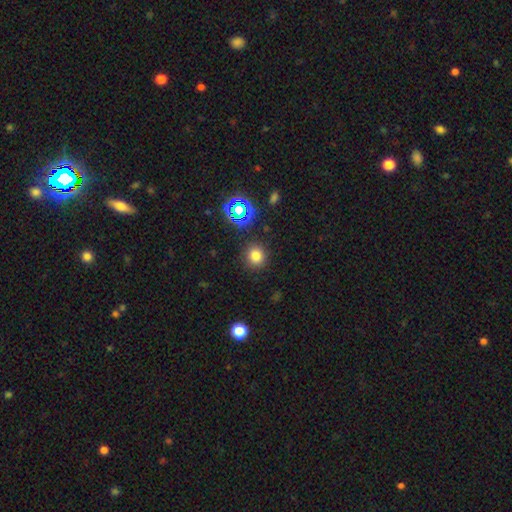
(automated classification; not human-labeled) smooth 75%, star or artifact 19%, featured or disk 6%. Down the decision tree: how rounded — round (90%); merging — none (88%).